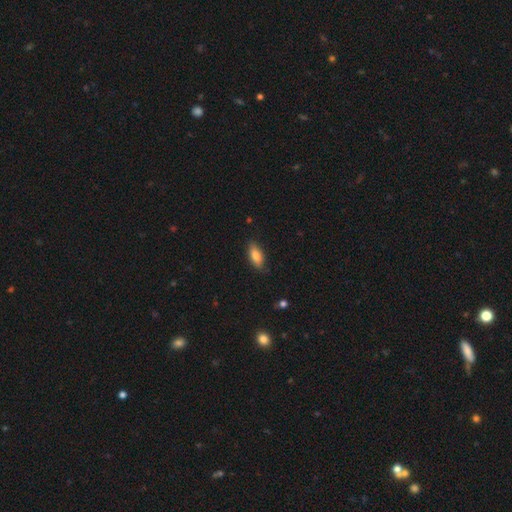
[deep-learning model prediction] Smooth or featured? smooth (82%)
How rounded? in between (80%)
Merging? none (82%)